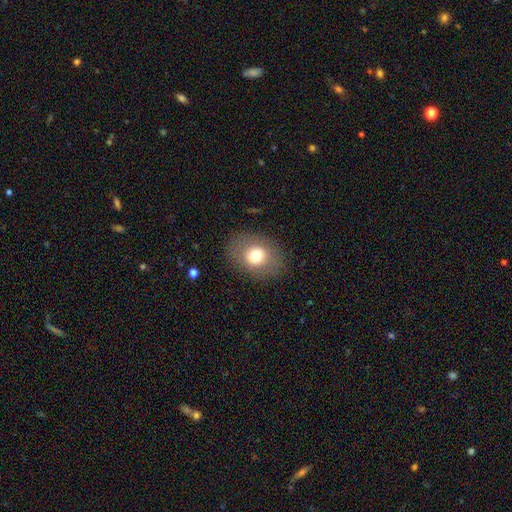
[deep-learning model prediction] smooth_or_featured: smooth (p=0.72) [alt: featured or disk p=0.18]
how_rounded: in between (p=0.60) [alt: round p=0.39]
merging: none (p=0.83) [alt: minor disturbance p=0.11]